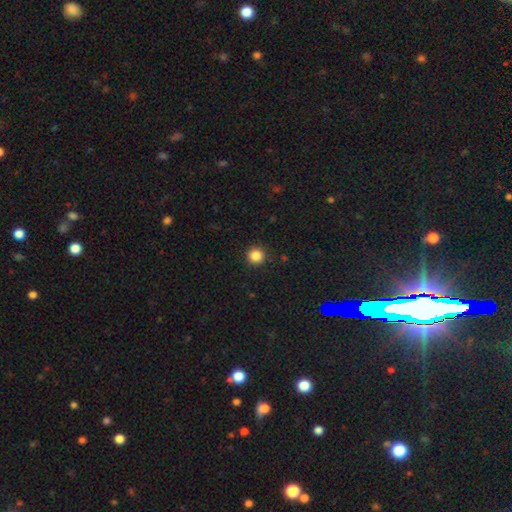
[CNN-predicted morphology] A smooth galaxy with no disk features (86%) that is round (95%).

Vote fractions:
- Smooth or featured? smooth: 86% / star or artifact: 11% / featured or disk: 3%
- How rounded? round: 95% / in between: 4% / cigar-shaped: 1%
- Merging? none: 91% / minor disturbance: 6% / major disturbance: 2% / merger: 1%